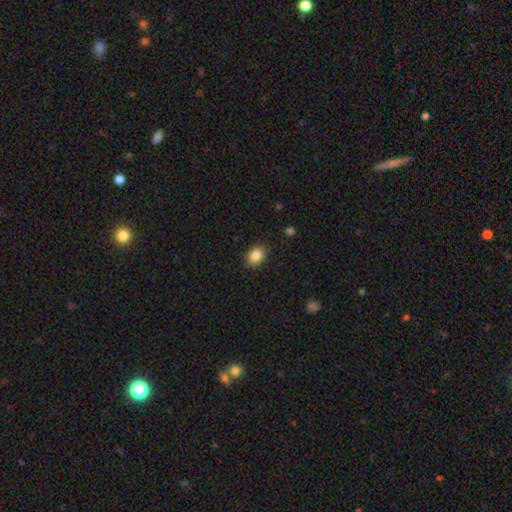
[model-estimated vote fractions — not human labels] Overall: smooth (86%). How rounded: in between (66%; round 33%). Merging: none (88%).